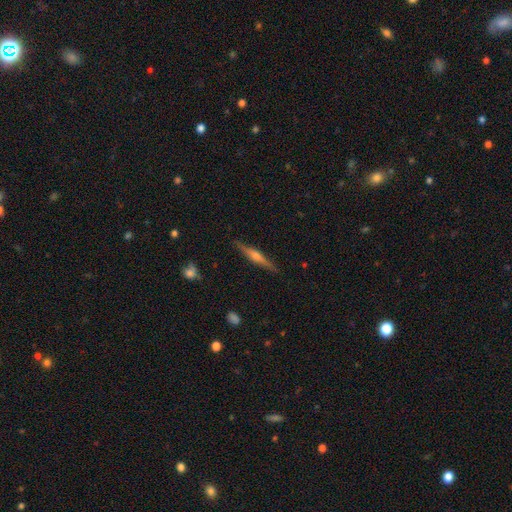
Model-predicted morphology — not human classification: This is likely a featured or disk galaxy (74%). It is clearly viewed edge-on (98%). Edge-on bulge: clearly rounded (84%). Merging: clearly none (90%).